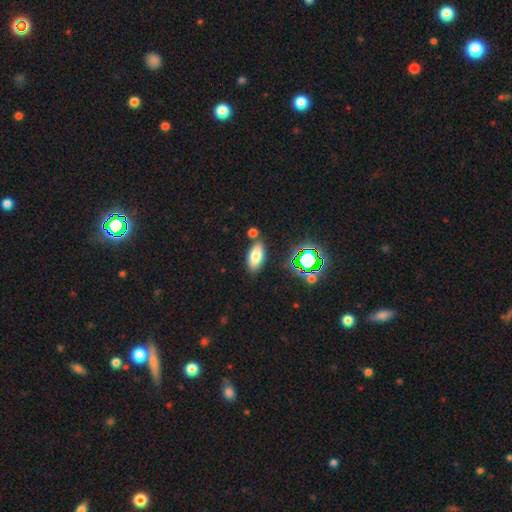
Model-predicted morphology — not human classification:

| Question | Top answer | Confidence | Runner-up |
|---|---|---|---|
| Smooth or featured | smooth | 74% | star or artifact (15%) |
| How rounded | in between | 88% | cigar-shaped (8%) |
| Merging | none | 77% | minor disturbance (11%) |